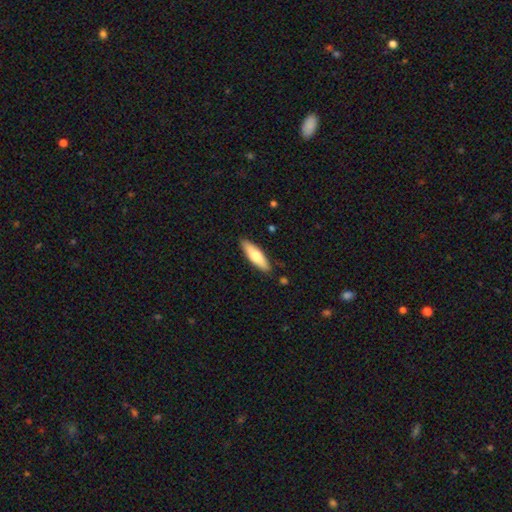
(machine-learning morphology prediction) The model was most divided on "how rounded": cigar-shaped: 55%, in between: 44%, round: 2%. More confident: merging — none (88%); smooth or featured — smooth (68%).